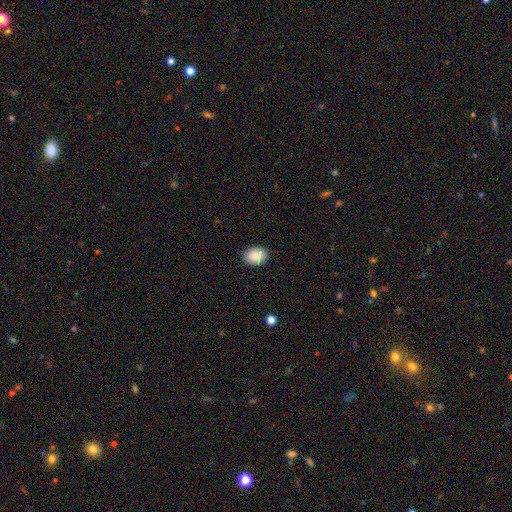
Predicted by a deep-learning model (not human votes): Smooth or featured: smooth — 89% (star or artifact — 7%)
How rounded: in between — 68% (round — 31%)
Merging: none — 87% (minor disturbance — 10%)